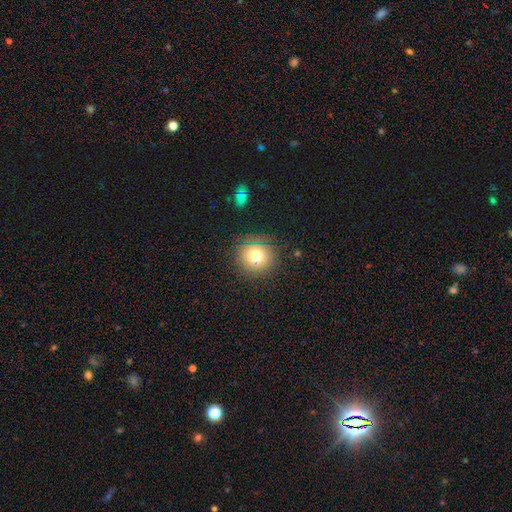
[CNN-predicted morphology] Smooth or featured?
  - smooth: 73% *
  - star or artifact: 15%
  - featured or disk: 12%
How rounded?
  - round: 92% *
  - in between: 7%
  - cigar-shaped: 1%
Merging?
  - none: 85% *
  - minor disturbance: 9%
  - major disturbance: 3%
  - merger: 2%